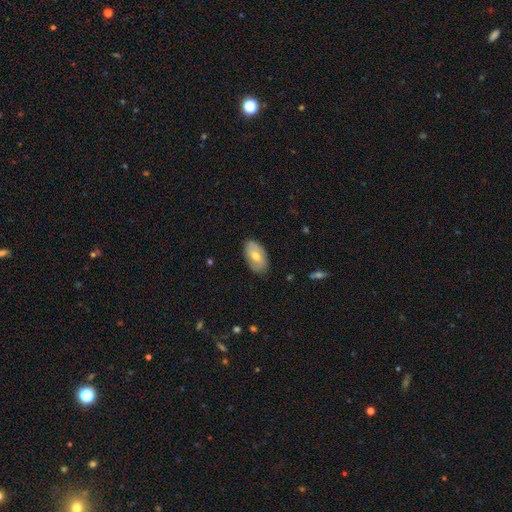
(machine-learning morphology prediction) Smooth or featured? Predicted: smooth (p=0.63). How rounded? Predicted: in between (p=0.93). Merging? Predicted: none (p=0.83).